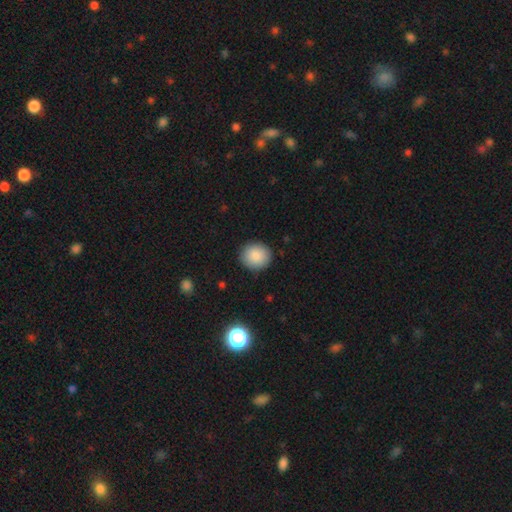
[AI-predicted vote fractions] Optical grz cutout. It shows a smooth galaxy with no disk features (88%) that is round (86%). Merging: none (90%).